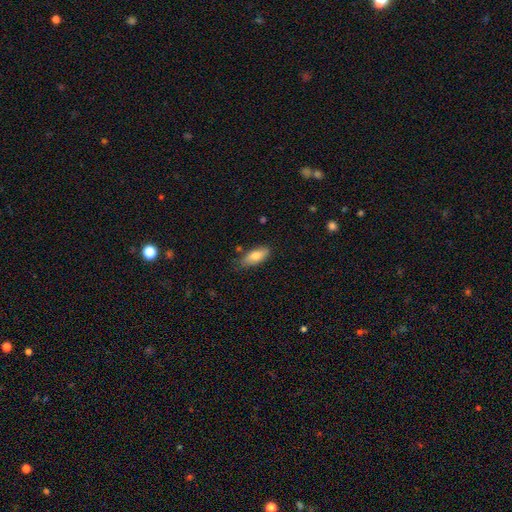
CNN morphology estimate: Smooth or featured?
  - smooth: 79% *
  - featured or disk: 15%
  - star or artifact: 7%
How rounded?
  - in between: 79% *
  - cigar-shaped: 18%
  - round: 2%
Merging?
  - none: 76% *
  - minor disturbance: 19%
  - major disturbance: 3%
  - merger: 2%